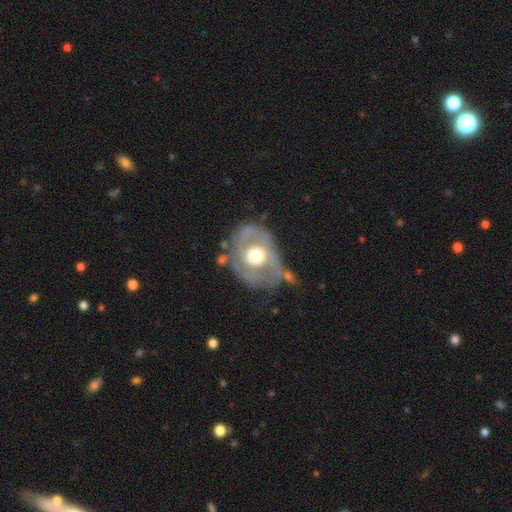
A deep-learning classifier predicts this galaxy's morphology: This is likely a featured or disk galaxy (70%). It is clearly not viewed edge-on (95%). Bar: clearly no (81%). Spiral arm pattern: possibly yes (54%). Central bulge: possibly moderate (58%). Merging: possibly none (52%).